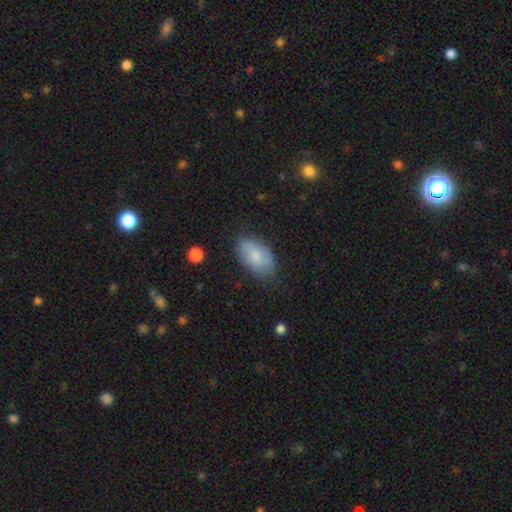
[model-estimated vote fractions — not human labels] Overall: smooth (70%). How rounded: in between (94%). Merging: none (74%).